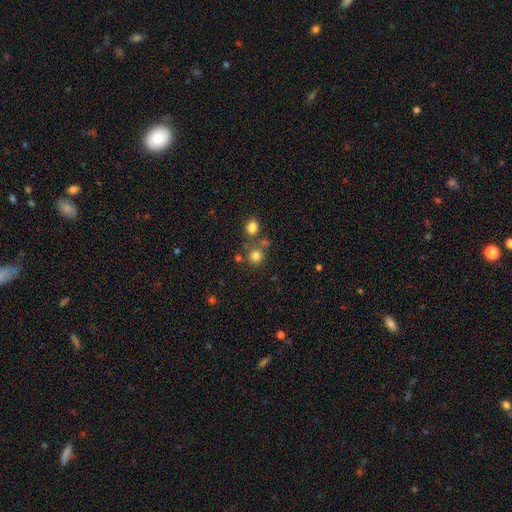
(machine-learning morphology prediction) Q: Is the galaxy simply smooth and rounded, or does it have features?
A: smooth — 78%.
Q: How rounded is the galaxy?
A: round — 88%.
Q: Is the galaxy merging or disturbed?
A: none — 67%.